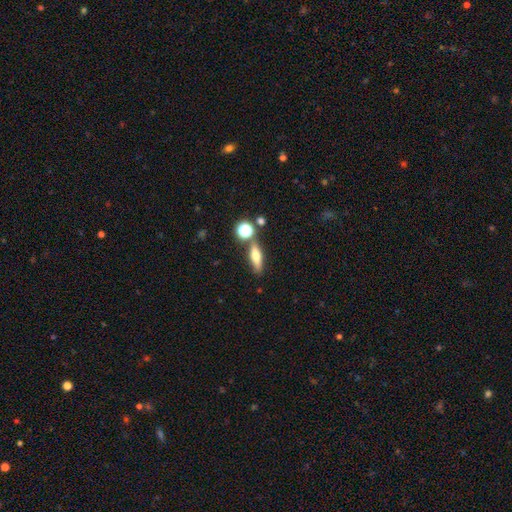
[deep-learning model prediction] smooth-or-featured: smooth: 59% | featured or disk: 29% | star or artifact: 12%
  how-rounded: cigar-shaped: 49% | in between: 42% | round: 9%
  merging: none: 73% | minor disturbance: 12% | merger: 11% | major disturbance: 4%